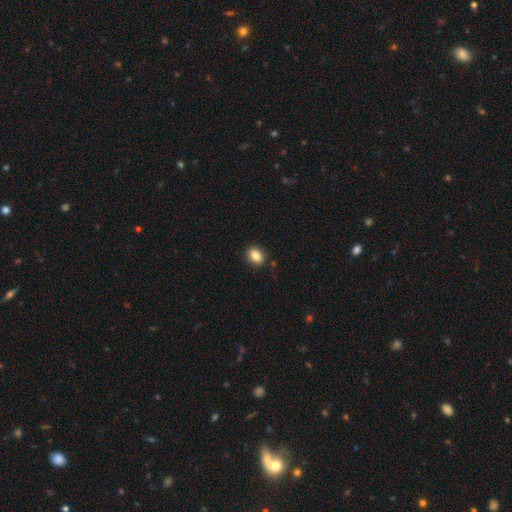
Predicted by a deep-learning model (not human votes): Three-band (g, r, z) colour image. It shows a smooth galaxy with no disk features (85%) that is in between round and cigar-shaped (52%). Merging: none (88%).